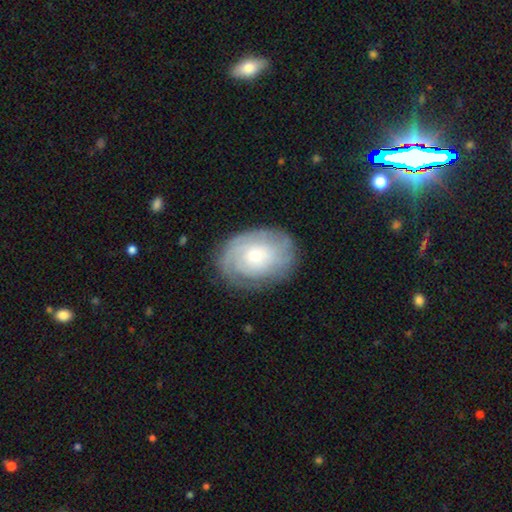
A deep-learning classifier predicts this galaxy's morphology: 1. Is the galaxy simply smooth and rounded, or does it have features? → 65% featured or disk, 28% smooth, 7% star or artifact.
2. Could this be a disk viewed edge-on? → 96% no, 4% yes.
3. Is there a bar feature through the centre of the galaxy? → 82% no, 15% weak, 3% strong.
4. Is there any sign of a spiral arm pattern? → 81% yes, 19% no.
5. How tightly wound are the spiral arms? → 72% tight, 20% medium, 8% loose.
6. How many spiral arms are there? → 55% can't tell, 16% 2, 11% 3, 7% 4, 6% 1, 5% more than 4.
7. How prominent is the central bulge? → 62% small, 34% moderate, 2% large, 1% none, 1% dominant.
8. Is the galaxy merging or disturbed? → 77% none, 16% minor disturbance, 6% major disturbance, 1% merger.